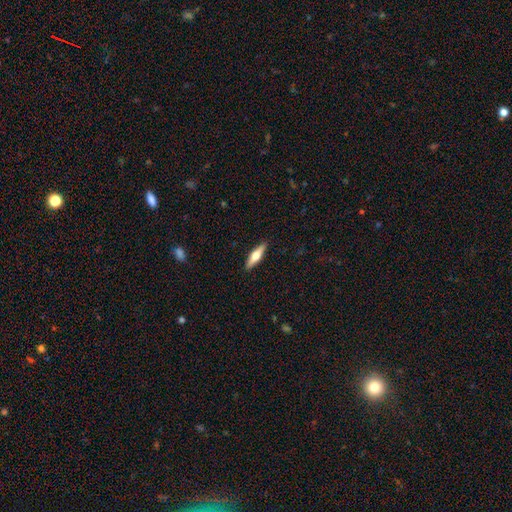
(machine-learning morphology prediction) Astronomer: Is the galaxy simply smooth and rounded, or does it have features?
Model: featured or disk — 48% (runner-up: smooth, 46%).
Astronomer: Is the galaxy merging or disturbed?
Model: none — 90%.